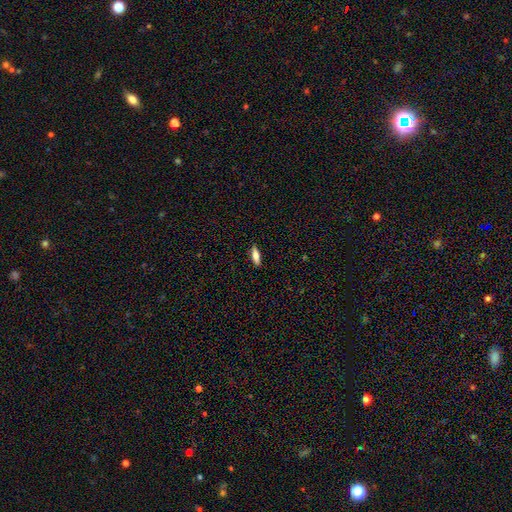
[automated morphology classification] This appears to be a smooth galaxy with no disk features (64%) that is in between round and cigar-shaped (52%). Merging: none (89%).